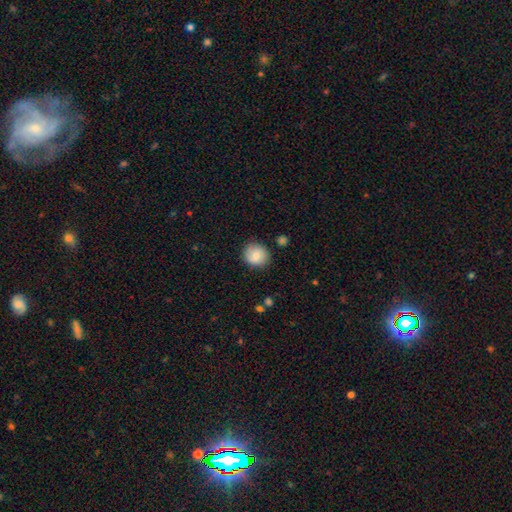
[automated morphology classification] smooth_or_featured: smooth (p=0.81) [alt: featured or disk p=0.11]
how_rounded: round (p=0.86) [alt: in between p=0.13]
merging: none (p=0.83) [alt: minor disturbance p=0.12]